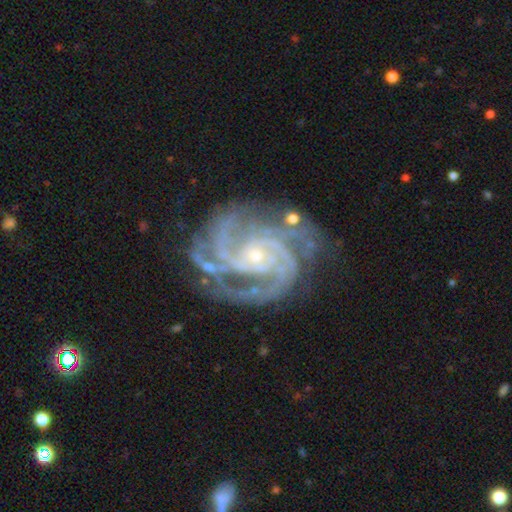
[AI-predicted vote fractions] The model was most divided on "spiral arm count": 3: 36%, 2: 23%, 4: 18%, can't tell: 10%, more than 4: 7%, 1: 7%. More confident: spiral arms — yes (99%); edge-on disk — no (98%); smooth or featured — featured or disk (93%); bulge size — small (79%); merging — none (69%); bar — no (66%); spiral winding — tight (62%).